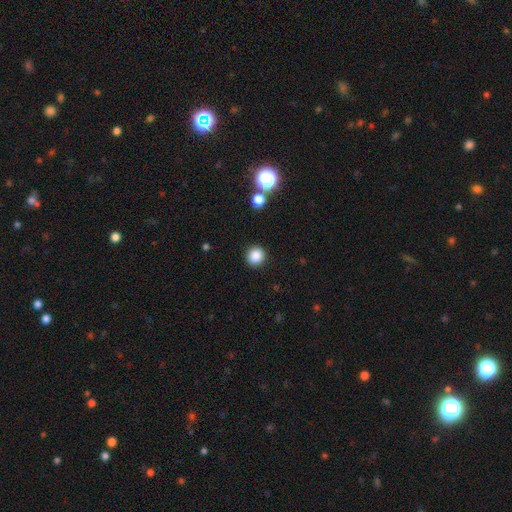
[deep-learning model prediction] Morphology: type=smooth (85%); roundness=round (92%); merging=none (91%).